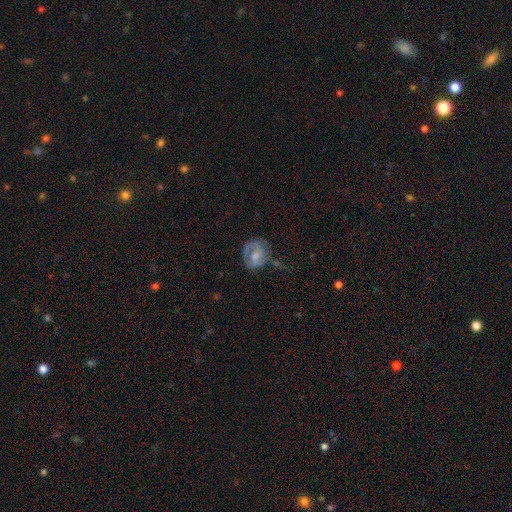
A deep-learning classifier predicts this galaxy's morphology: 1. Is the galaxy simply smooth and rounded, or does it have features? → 51% featured or disk, 41% smooth, 8% star or artifact.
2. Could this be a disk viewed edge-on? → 97% no, 3% yes.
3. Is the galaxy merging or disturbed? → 51% none, 26% minor disturbance, 19% major disturbance, 4% merger.